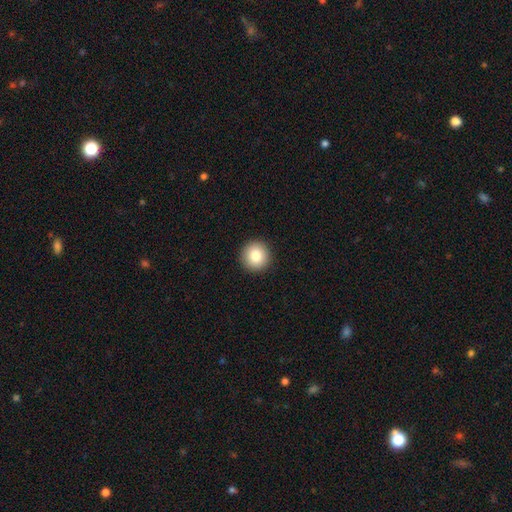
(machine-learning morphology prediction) Smooth or featured?
  - smooth: 85% *
  - star or artifact: 9%
  - featured or disk: 7%
How rounded?
  - round: 94% *
  - in between: 5%
  - cigar-shaped: 1%
Merging?
  - none: 93% *
  - minor disturbance: 4%
  - major disturbance: 2%
  - merger: 1%